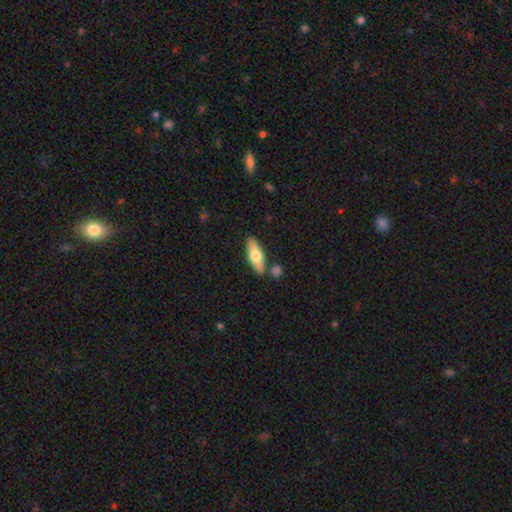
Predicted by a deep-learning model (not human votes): Smooth or featured?
  - smooth: 62% *
  - featured or disk: 32%
  - star or artifact: 6%
How rounded?
  - in between: 66% *
  - cigar-shaped: 31%
  - round: 3%
Merging?
  - none: 78% *
  - minor disturbance: 11%
  - merger: 8%
  - major disturbance: 2%